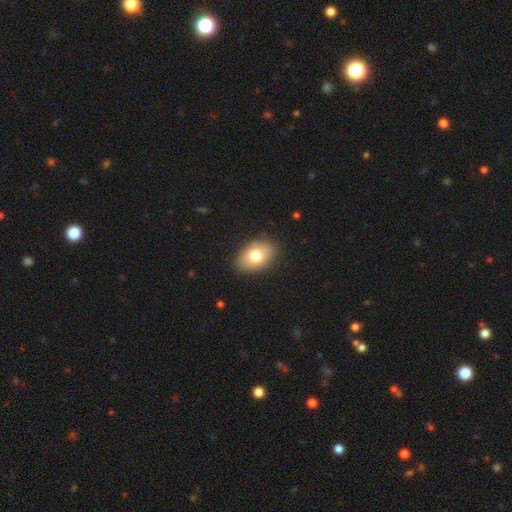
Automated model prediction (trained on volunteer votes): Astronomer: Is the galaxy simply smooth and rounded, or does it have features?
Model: smooth — 76%.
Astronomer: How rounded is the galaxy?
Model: in between — 84%.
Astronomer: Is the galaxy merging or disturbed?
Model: none — 86%.